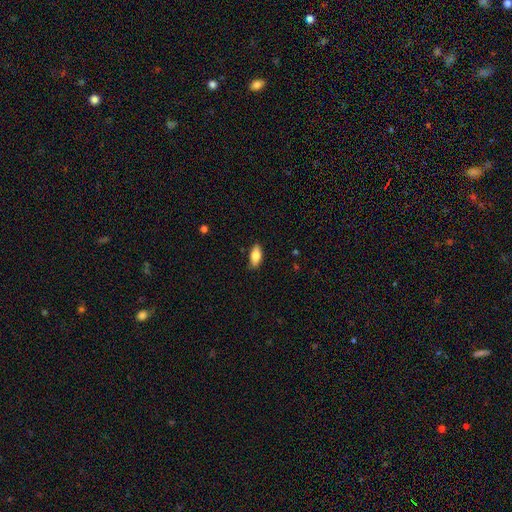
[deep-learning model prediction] smooth_or_featured: smooth (p=0.78) [alt: featured or disk p=0.16]
how_rounded: in between (p=0.85) [alt: cigar-shaped p=0.12]
merging: none (p=0.85) [alt: minor disturbance p=0.12]